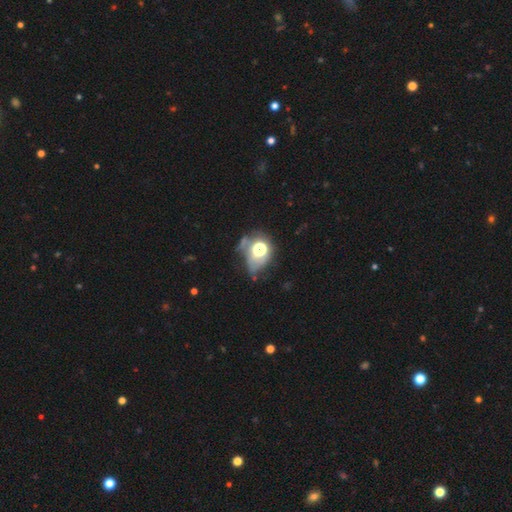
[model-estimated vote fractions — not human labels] Morphology: type=star or artifact (45%).